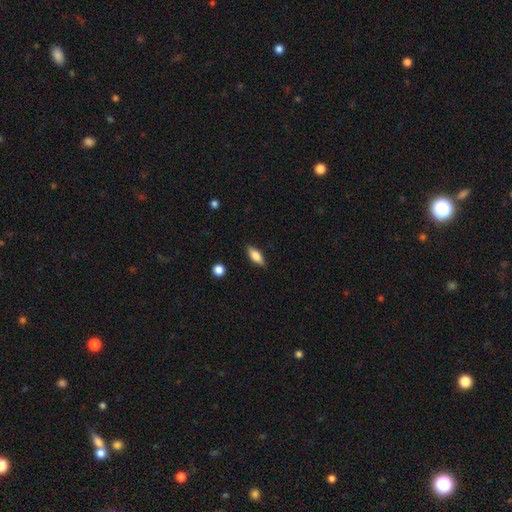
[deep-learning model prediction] This is likely a smooth galaxy (75%). How rounded: likely in between (74%). Merging: clearly none (84%).